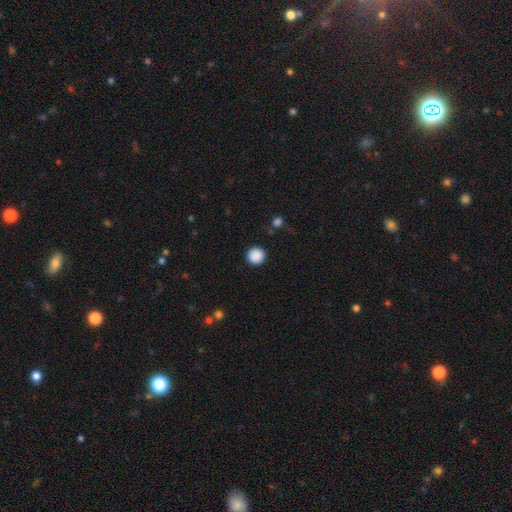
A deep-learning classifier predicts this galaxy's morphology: Smooth or featured?
  - smooth: 89% *
  - star or artifact: 9%
  - featured or disk: 2%
How rounded?
  - round: 95% *
  - in between: 4%
  - cigar-shaped: 1%
Merging?
  - none: 92% *
  - minor disturbance: 5%
  - major disturbance: 2%
  - merger: 1%